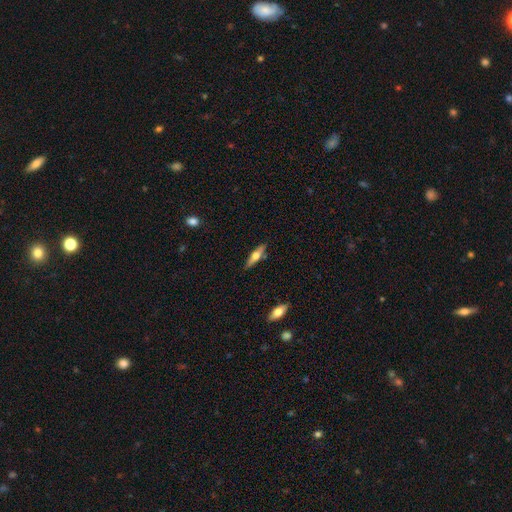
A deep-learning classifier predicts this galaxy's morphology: A featured or disk galaxy (50%).

Vote fractions:
- Smooth or featured? featured or disk: 50% / smooth: 44% / star or artifact: 6%
- Merging? none: 85% / minor disturbance: 10% / merger: 3% / major disturbance: 2%